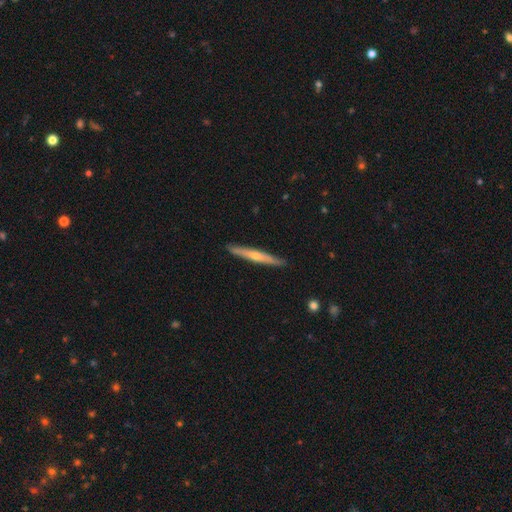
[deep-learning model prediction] smooth_or_featured: featured or disk (p=0.64) [alt: smooth p=0.29]
disk_edge_on: yes (p=0.96) [alt: no p=0.04]
edge_on_bulge: rounded (p=0.79) [alt: none p=0.17]
merging: none (p=0.90) [alt: minor disturbance p=0.08]